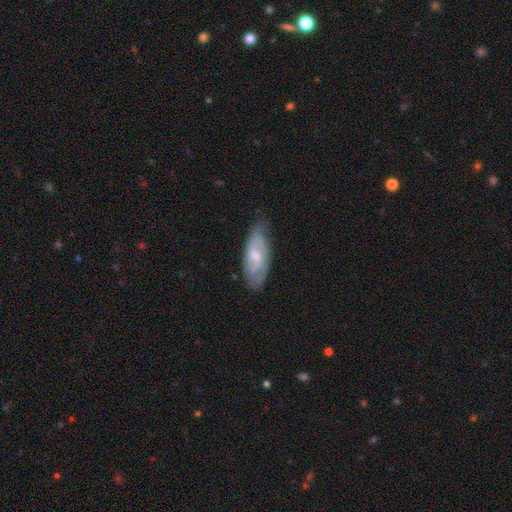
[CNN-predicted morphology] type=featured or disk (58%); edge-on=no (86%); bar=no (51%); spiral arms=yes (82%); bulge=moderate (47%); merging=none (68%).